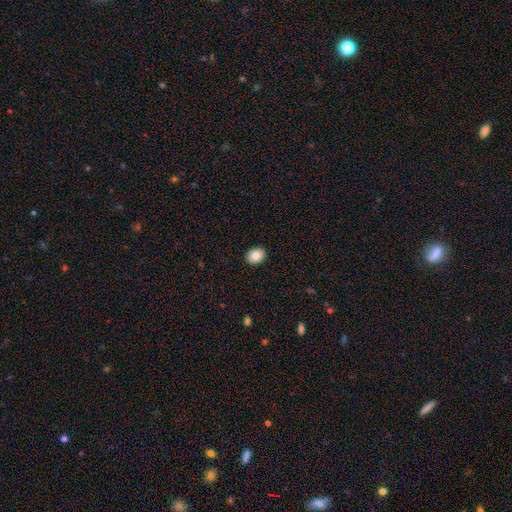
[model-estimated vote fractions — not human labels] smooth 84%, featured or disk 8%, star or artifact 8%. Down the decision tree: how rounded — in between (57%); merging — none (91%).